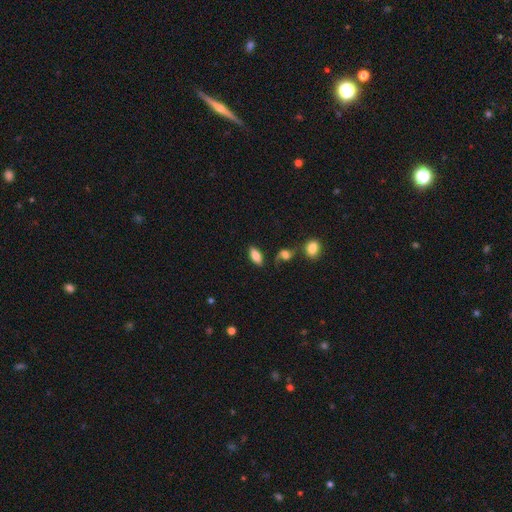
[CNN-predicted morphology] This appears to be a smooth galaxy with no disk features (77%) that is in between round and cigar-shaped (85%). Merging: none (75%).